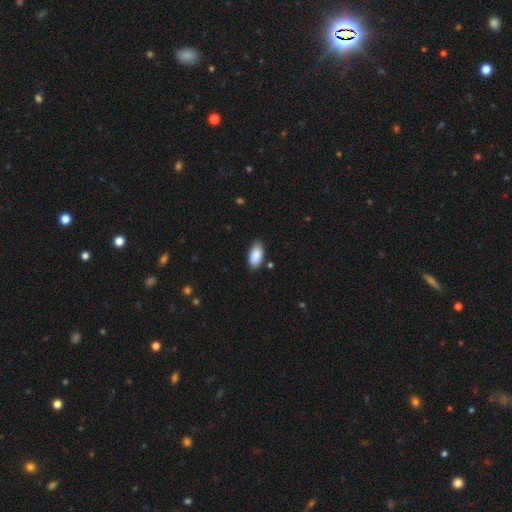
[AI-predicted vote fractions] Morphology: type=smooth (89%); roundness=in between (94%); merging=none (80%).